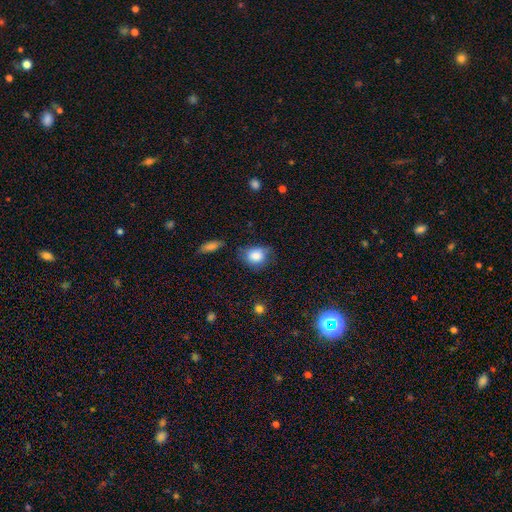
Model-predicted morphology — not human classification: This appears to be a smooth galaxy with no disk features (82%) that is in between round and cigar-shaped (50%). Merging: none (51%).